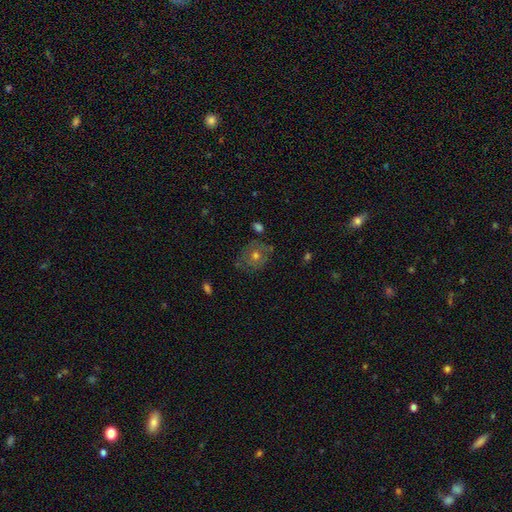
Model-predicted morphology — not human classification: Smooth or featured?
  - smooth: 43% *
  - featured or disk: 41%
  - star or artifact: 16%
Merging?
  - none: 72% *
  - minor disturbance: 18%
  - major disturbance: 7%
  - merger: 3%